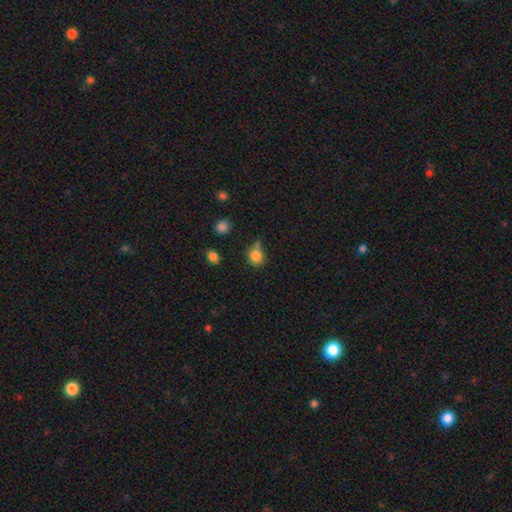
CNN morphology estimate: Smooth or featured? Predicted: smooth (p=0.82). How rounded? Predicted: round (p=0.66). Merging? Predicted: none (p=0.48).